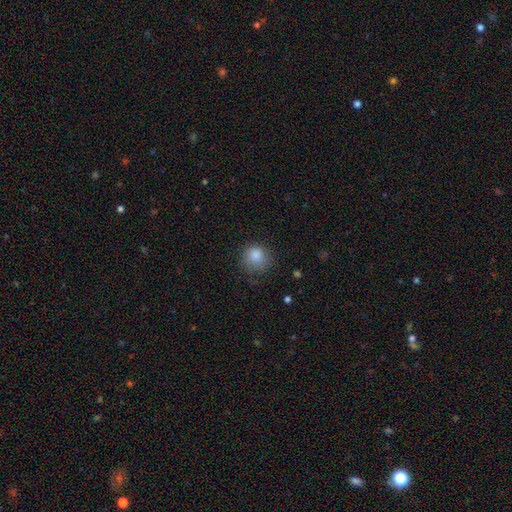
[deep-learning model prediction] Smooth or featured? Predicted: smooth (p=0.85). How rounded? Predicted: round (p=0.89). Merging? Predicted: none (p=0.72).